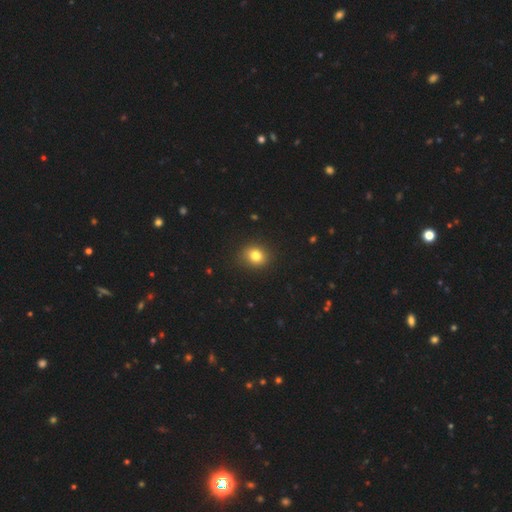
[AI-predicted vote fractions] Q: Smooth or featured?
A: smooth (82%); runner-up: star or artifact (12%)
Q: How rounded?
A: round (64%); runner-up: in between (35%)
Q: Merging?
A: none (88%); runner-up: minor disturbance (9%)